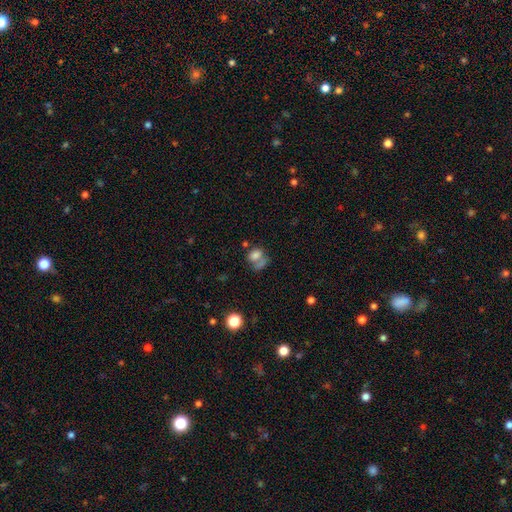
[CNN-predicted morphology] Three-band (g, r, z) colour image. It shows a smooth galaxy with no disk features (71%) that is in between round and cigar-shaped (58%). Merging: merger (41%).